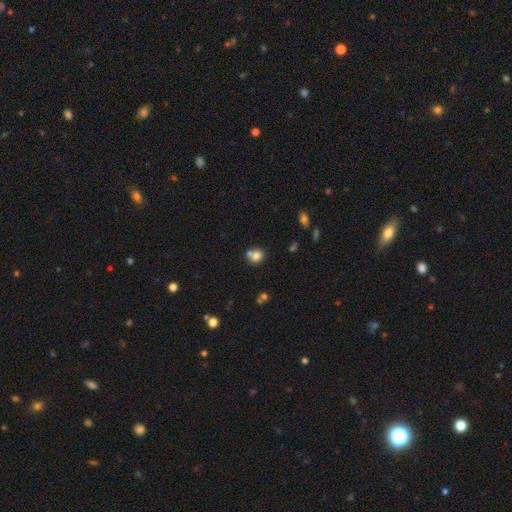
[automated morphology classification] type=smooth (76%); roundness=round (76%); merging=none (50%).